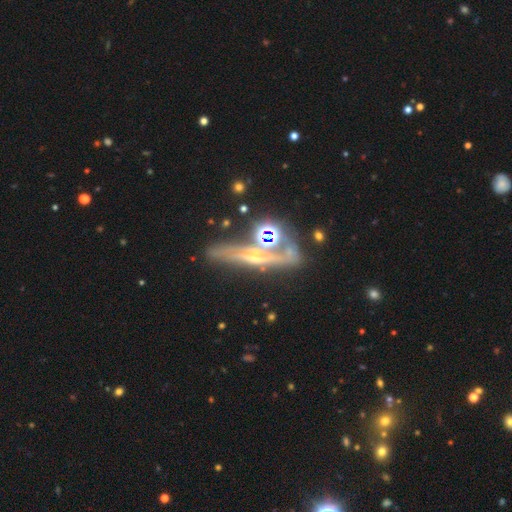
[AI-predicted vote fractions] Smooth or featured: featured or disk — 56% (star or artifact — 25%)
Edge-on disk: yes — 77% (no — 23%)
Merging: none — 67% (minor disturbance — 15%)